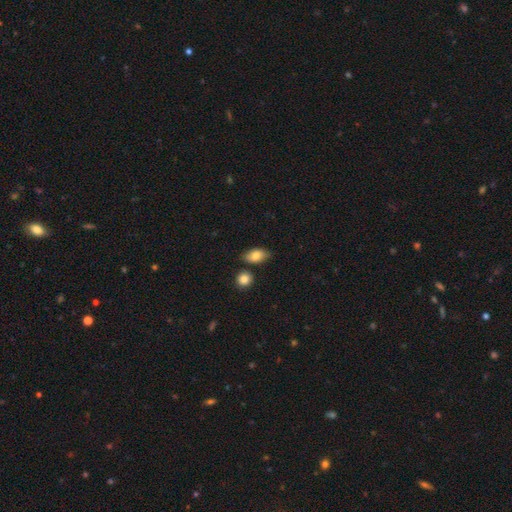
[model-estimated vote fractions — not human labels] Smooth or featured? smooth (80%)
How rounded? in between (88%)
Merging? none (76%)